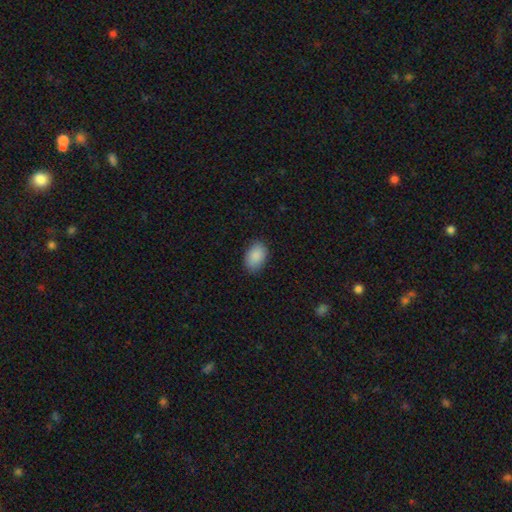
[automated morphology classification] smooth-or-featured: smooth: 90% | star or artifact: 7% | featured or disk: 4%
  how-rounded: in between: 88% | round: 11% | cigar-shaped: 1%
  merging: none: 86% | minor disturbance: 11% | major disturbance: 3% | merger: 1%